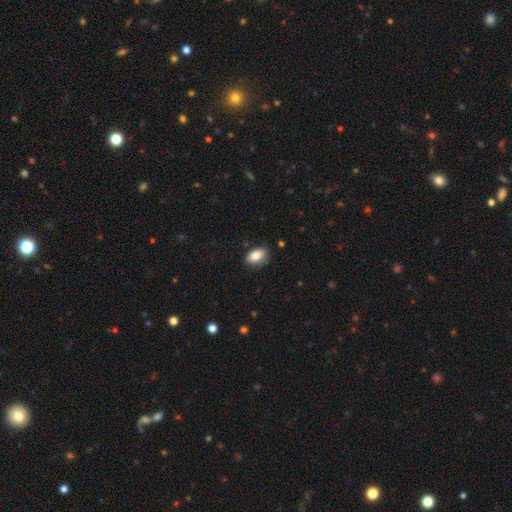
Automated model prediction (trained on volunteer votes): Smooth or featured?
  - smooth: 84% *
  - featured or disk: 9%
  - star or artifact: 8%
How rounded?
  - in between: 89% *
  - round: 9%
  - cigar-shaped: 2%
Merging?
  - none: 78% *
  - minor disturbance: 17%
  - major disturbance: 3%
  - merger: 1%